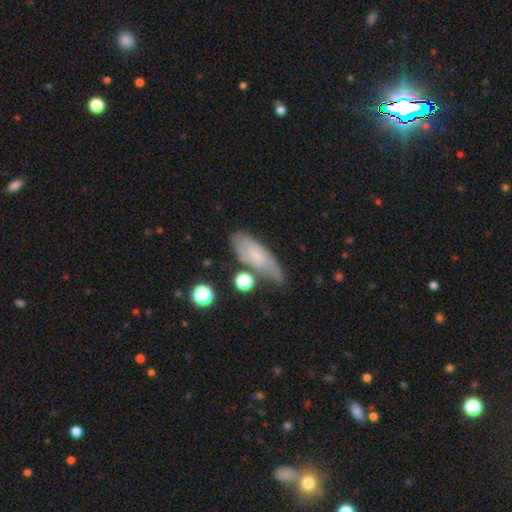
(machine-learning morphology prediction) Q: Smooth or featured?
A: smooth (53%); runner-up: featured or disk (39%)
Q: How rounded?
A: in between (69%); runner-up: cigar-shaped (27%)
Q: Merging?
A: none (56%); runner-up: minor disturbance (27%)